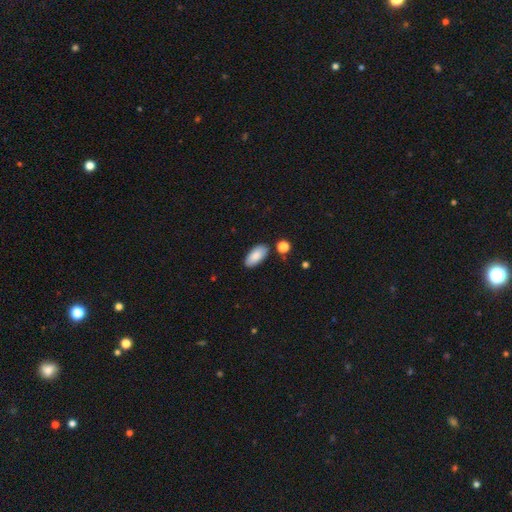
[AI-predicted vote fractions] Smooth or featured?
  - smooth: 87% *
  - featured or disk: 7%
  - star or artifact: 6%
How rounded?
  - in between: 92% *
  - cigar-shaped: 6%
  - round: 2%
Merging?
  - none: 82% *
  - minor disturbance: 11%
  - merger: 4%
  - major disturbance: 2%